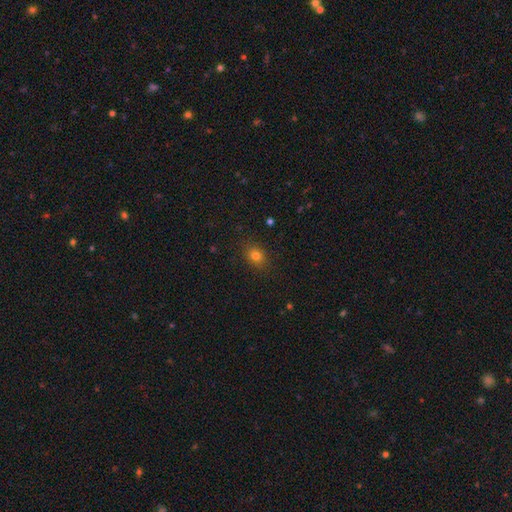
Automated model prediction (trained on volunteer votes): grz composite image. It shows a smooth galaxy with no disk features (78%) that is round (50%). Merging: none (87%).